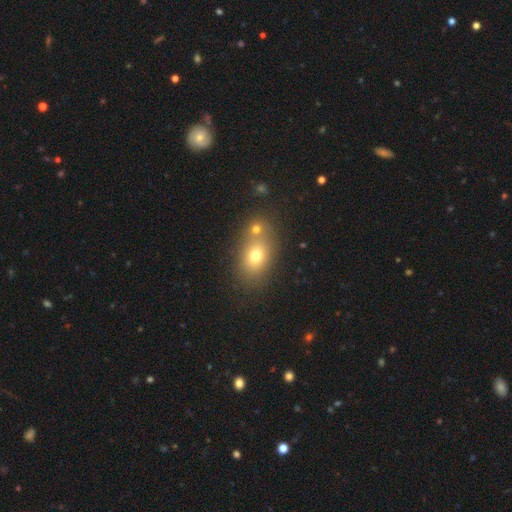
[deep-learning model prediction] Smooth or featured? Predicted: smooth (p=0.70). How rounded? Predicted: in between (p=0.71). Merging? Predicted: none (p=0.51).